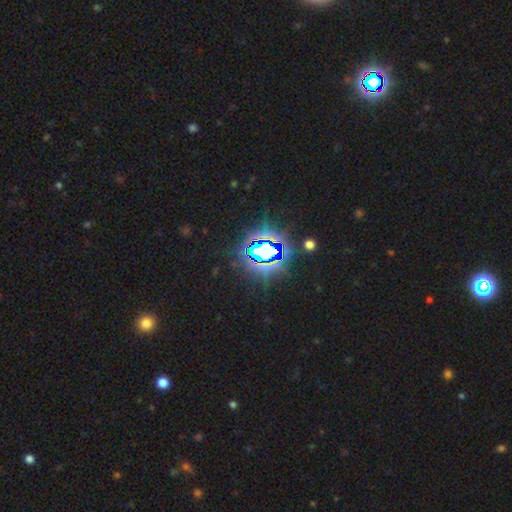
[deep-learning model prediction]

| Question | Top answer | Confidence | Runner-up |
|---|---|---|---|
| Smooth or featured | star or artifact | 79% | smooth (11%) |